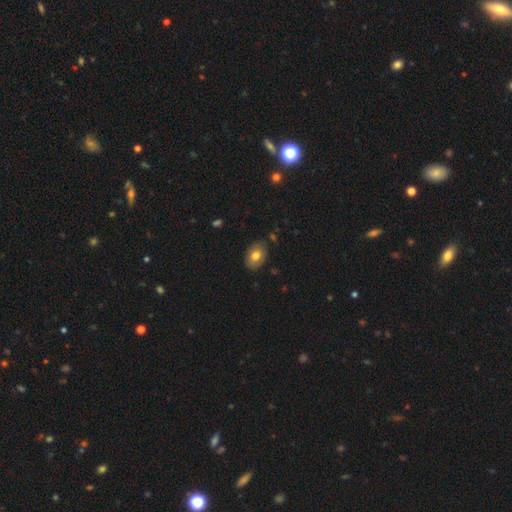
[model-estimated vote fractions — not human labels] Morphology: type=smooth (75%); roundness=in between (82%); merging=none (83%).